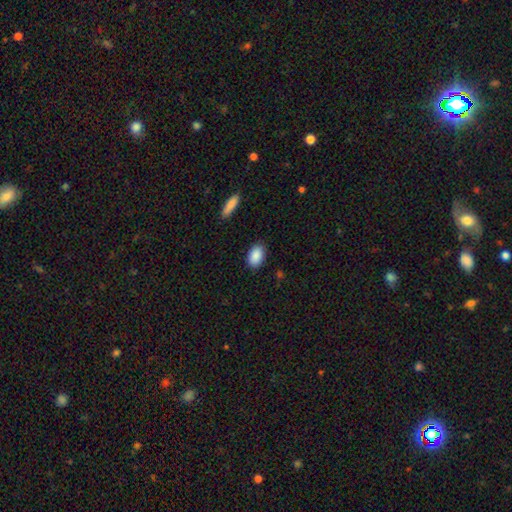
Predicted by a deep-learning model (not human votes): Smooth or featured? smooth (89%)
How rounded? in between (91%)
Merging? none (86%)